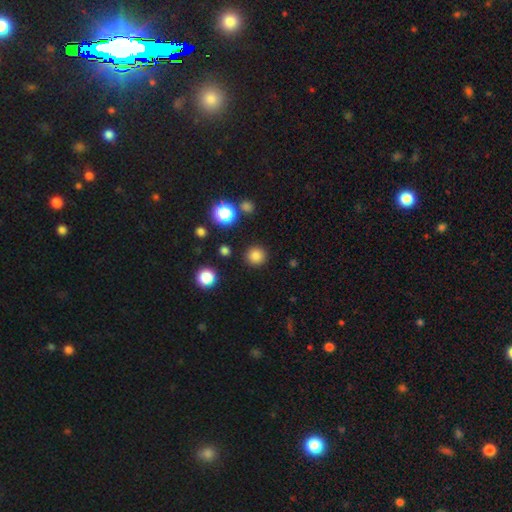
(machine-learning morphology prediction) A smooth galaxy with no disk features (82%) that is round (94%). Merging: none (89%).